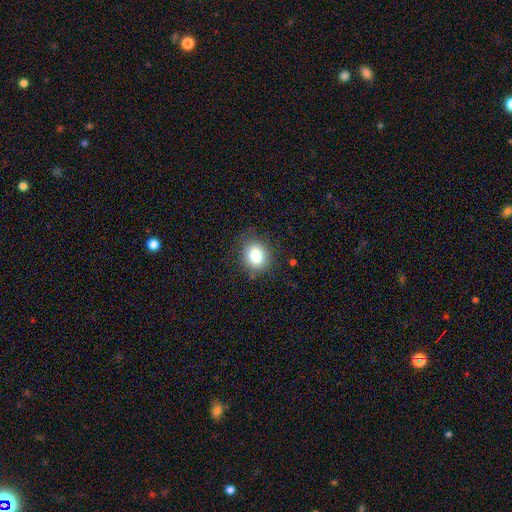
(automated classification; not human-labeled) Q: Smooth or featured?
A: smooth (80%); runner-up: star or artifact (11%)
Q: How rounded?
A: round (75%); runner-up: in between (24%)
Q: Merging?
A: none (84%); runner-up: minor disturbance (11%)